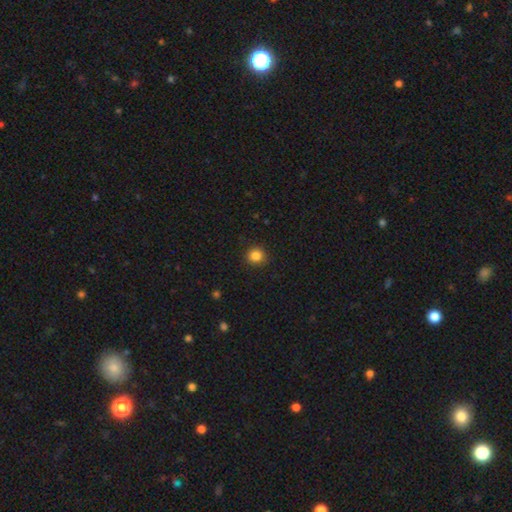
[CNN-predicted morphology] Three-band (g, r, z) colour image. It shows a smooth galaxy with no disk features (85%) that is round (91%). Merging: none (91%).